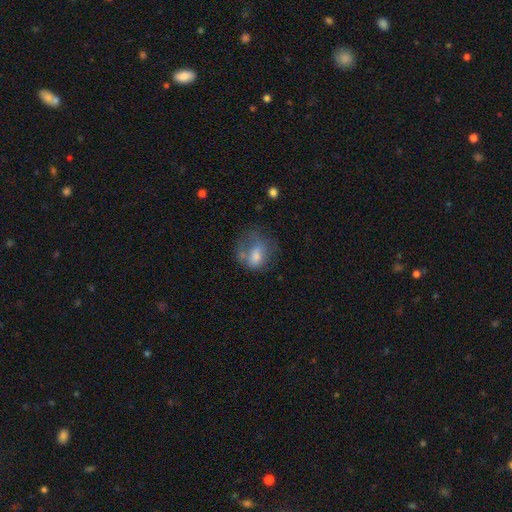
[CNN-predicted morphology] Smooth or featured? smooth (57%)
How rounded? in between (61%)
Merging? major disturbance (36%)